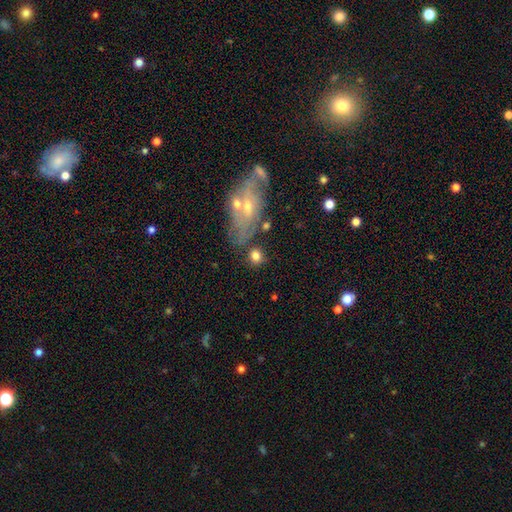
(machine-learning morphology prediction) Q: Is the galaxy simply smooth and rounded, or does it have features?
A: smooth — 77%.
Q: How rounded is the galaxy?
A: round — 80%.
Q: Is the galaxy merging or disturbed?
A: none — 69%.